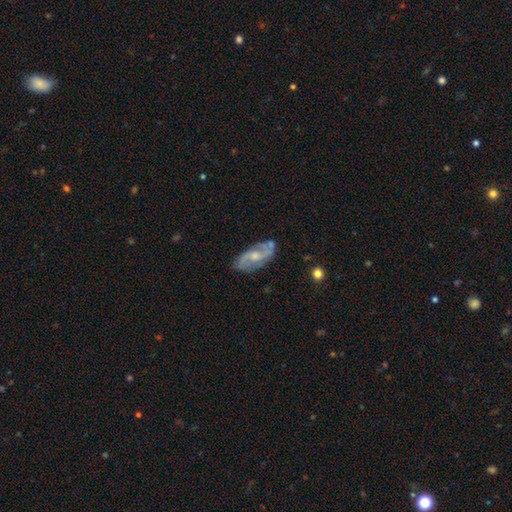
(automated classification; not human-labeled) Smooth or featured? Predicted: featured or disk (p=0.75). Edge-on disk? Predicted: no (p=0.92). Bar? Predicted: no (p=0.48). Spiral arms? Predicted: yes (p=0.91). Spiral winding? Predicted: medium (p=0.45). Spiral arm count? Predicted: 2 (p=0.82). Bulge size? Predicted: moderate (p=0.49). Merging? Predicted: none (p=0.76).